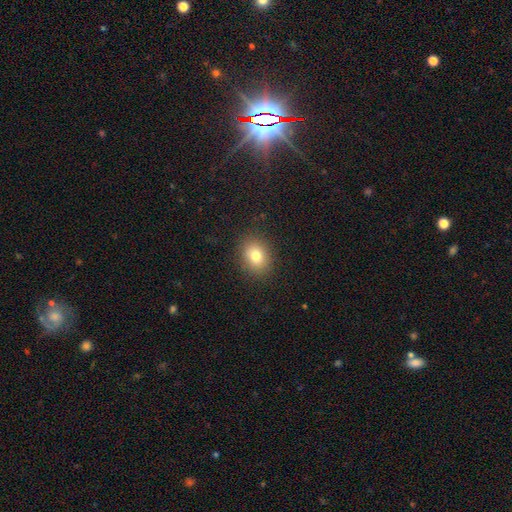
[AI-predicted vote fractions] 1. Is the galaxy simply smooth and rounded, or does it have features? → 78% smooth, 12% star or artifact, 10% featured or disk.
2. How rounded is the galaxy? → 50% round, 49% in between, 1% cigar-shaped.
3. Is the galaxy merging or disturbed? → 88% none, 8% minor disturbance, 3% major disturbance, 1% merger.